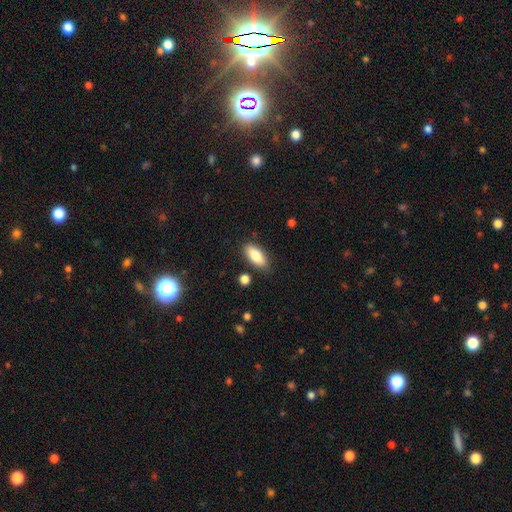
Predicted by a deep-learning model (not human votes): A smooth galaxy with no disk features (82%) that is in between round and cigar-shaped (81%).

Vote fractions:
- Smooth or featured? smooth: 82% / featured or disk: 12% / star or artifact: 7%
- How rounded? in between: 81% / cigar-shaped: 16% / round: 2%
- Merging? none: 83% / minor disturbance: 12% / merger: 3% / major disturbance: 2%